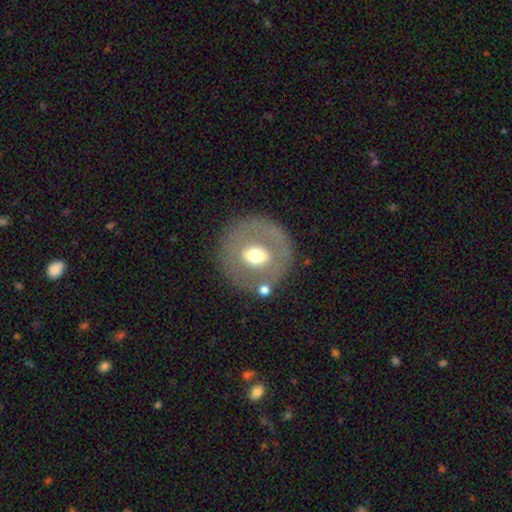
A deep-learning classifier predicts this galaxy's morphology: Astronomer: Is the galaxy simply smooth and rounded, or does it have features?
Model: featured or disk — 50% (runner-up: smooth, 42%).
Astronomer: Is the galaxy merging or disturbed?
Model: none — 77%.